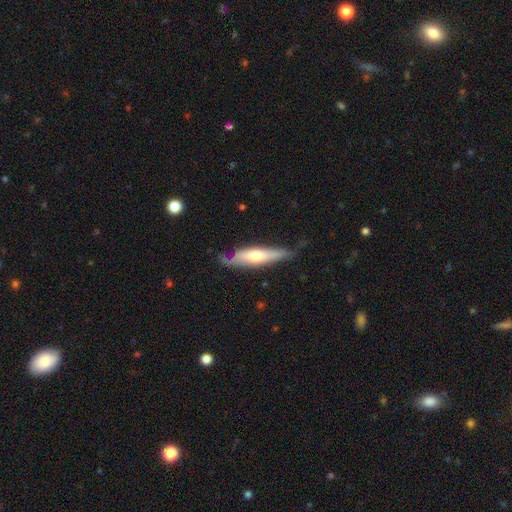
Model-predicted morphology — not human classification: smooth_or_featured: featured or disk (p=0.52) [alt: smooth p=0.43]
disk_edge_on: yes (p=0.77) [alt: no p=0.23]
merging: none (p=0.62) [alt: minor disturbance p=0.28]